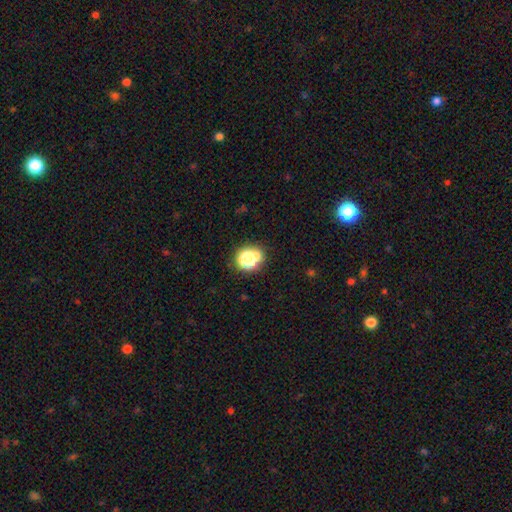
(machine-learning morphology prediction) Q: Smooth or featured?
A: smooth (64%); runner-up: star or artifact (26%)
Q: How rounded?
A: round (80%); runner-up: in between (19%)
Q: Merging?
A: none (68%); runner-up: merger (14%)